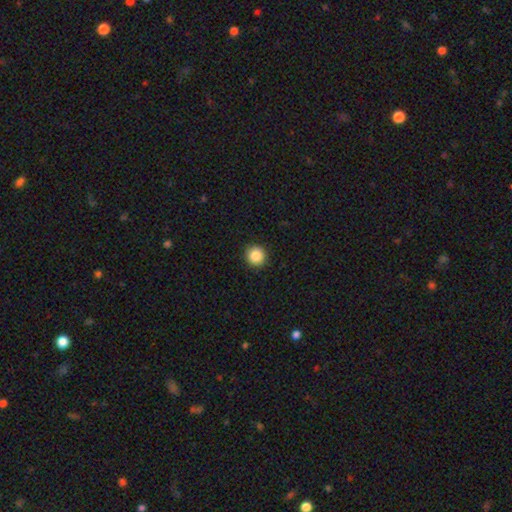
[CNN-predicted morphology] Smooth or featured? smooth (87%)
How rounded? round (94%)
Merging? none (93%)